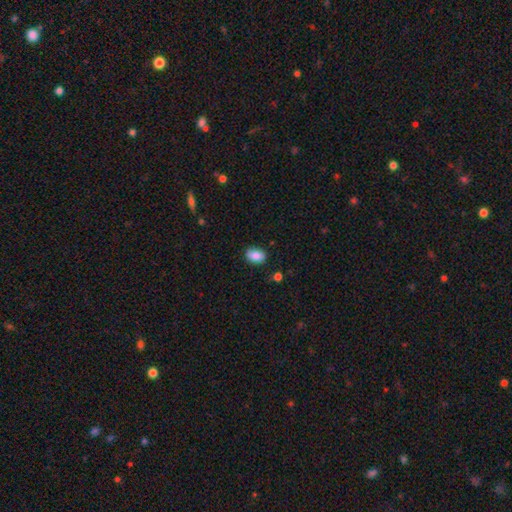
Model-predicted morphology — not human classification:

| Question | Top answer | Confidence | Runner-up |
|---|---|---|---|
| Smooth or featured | smooth | 85% | star or artifact (8%) |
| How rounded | in between | 84% | round (14%) |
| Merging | none | 82% | minor disturbance (13%) |